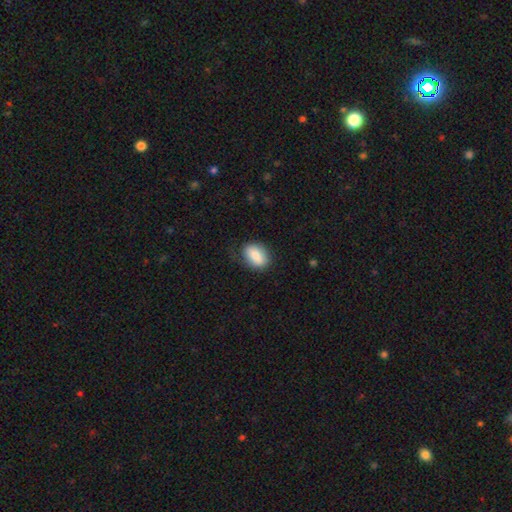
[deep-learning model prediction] The model was most divided on "merging": none: 72%, minor disturbance: 21%, major disturbance: 6%, merger: 1%. More confident: how rounded — in between (82%); smooth or featured — smooth (80%).